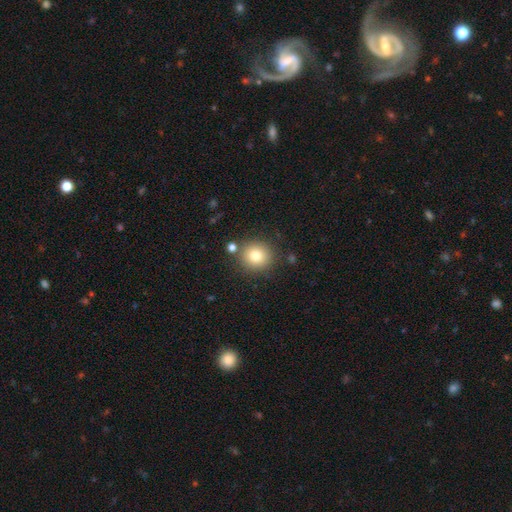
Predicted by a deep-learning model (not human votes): Q: Smooth or featured?
A: smooth (80%); runner-up: star or artifact (11%)
Q: How rounded?
A: round (89%); runner-up: in between (10%)
Q: Merging?
A: none (83%); runner-up: minor disturbance (8%)